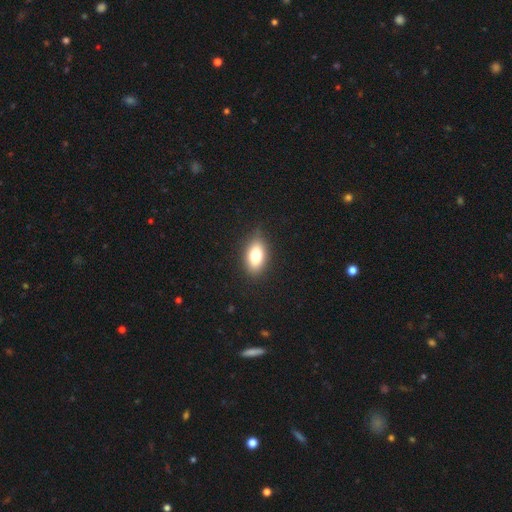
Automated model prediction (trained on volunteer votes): Smooth or featured?
  - smooth: 77% *
  - featured or disk: 14%
  - star or artifact: 9%
How rounded?
  - in between: 88% *
  - round: 8%
  - cigar-shaped: 5%
Merging?
  - none: 84% *
  - minor disturbance: 13%
  - major disturbance: 3%
  - merger: 1%